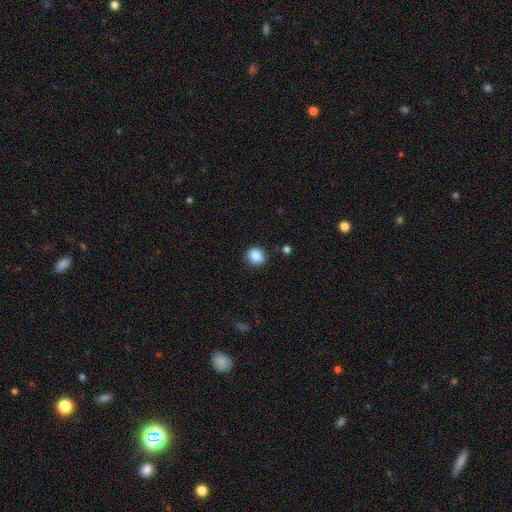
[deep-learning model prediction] This is clearly a smooth galaxy (87%). How rounded: likely round (68%). Merging: clearly none (86%).